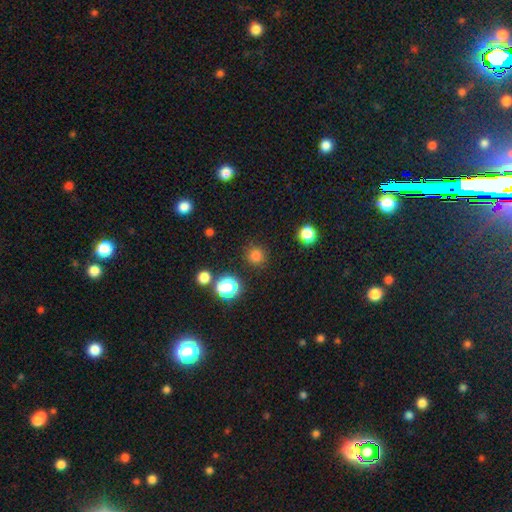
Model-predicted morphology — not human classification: This appears to be a smooth galaxy with no disk features (78%) that is round (93%). Merging: none (88%).